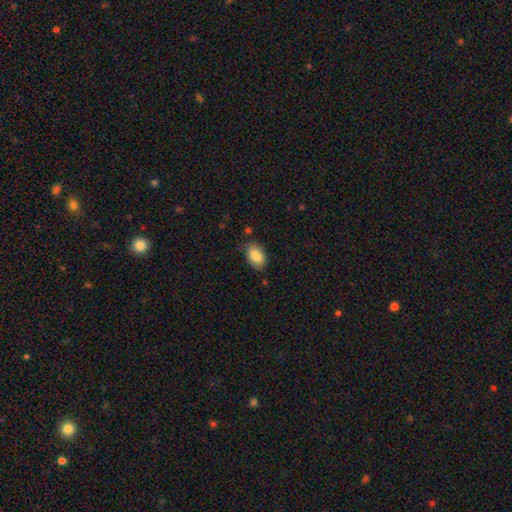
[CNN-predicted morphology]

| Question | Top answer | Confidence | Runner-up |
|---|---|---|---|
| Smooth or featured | smooth | 86% | featured or disk (7%) |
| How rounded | in between | 91% | round (7%) |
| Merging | none | 75% | minor disturbance (20%) |